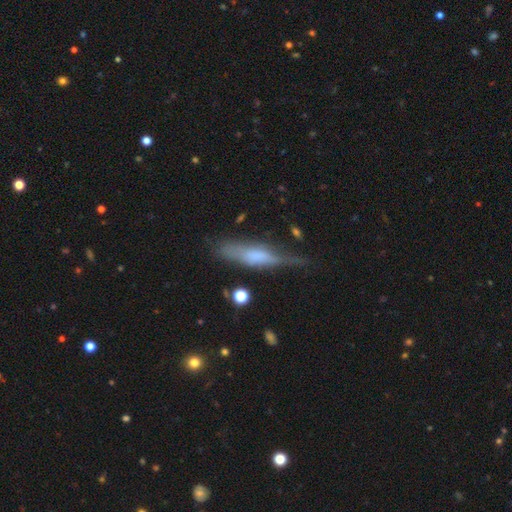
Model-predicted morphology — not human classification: A smooth galaxy with no disk features (47%). Merging: none (53%).